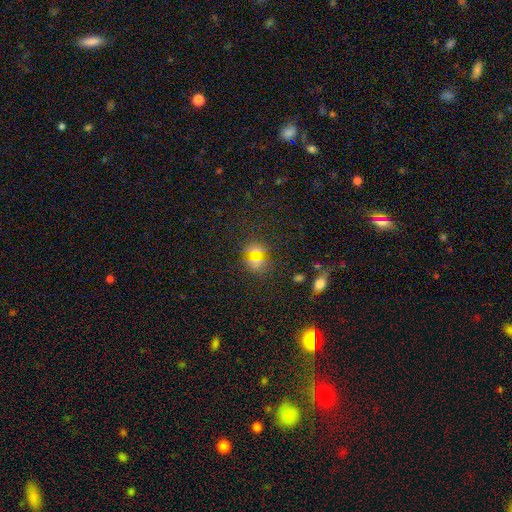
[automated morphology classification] The model was most divided on "smooth or featured": smooth: 52%, star or artifact: 37%, featured or disk: 11%. More confident: merging — none (74%); how rounded — round (65%).